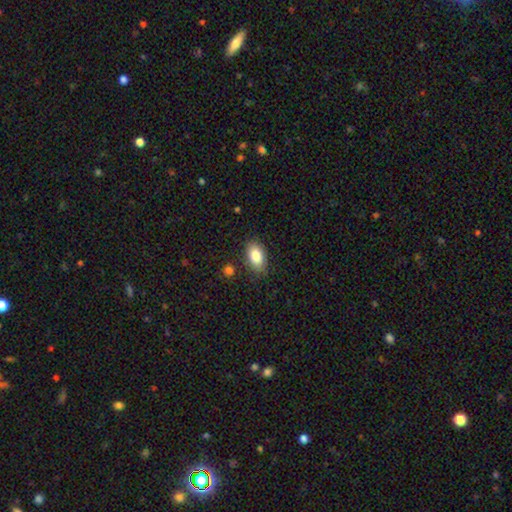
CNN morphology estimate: Smooth or featured: smooth — 83% (featured or disk — 9%)
How rounded: in between — 91% (round — 7%)
Merging: none — 84% (minor disturbance — 11%)